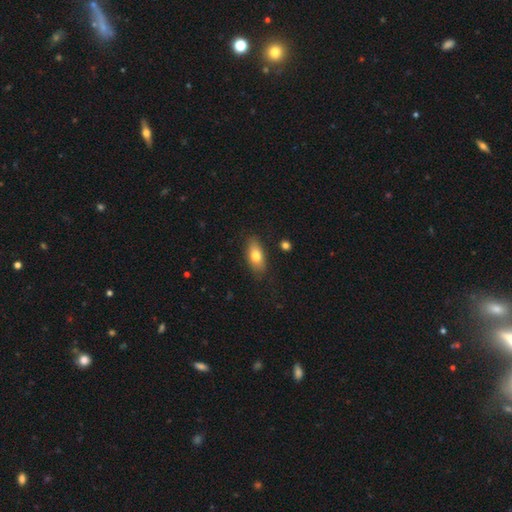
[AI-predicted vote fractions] A smooth galaxy with no disk features (75%) that is in between round and cigar-shaped (86%). Merging: none (81%).